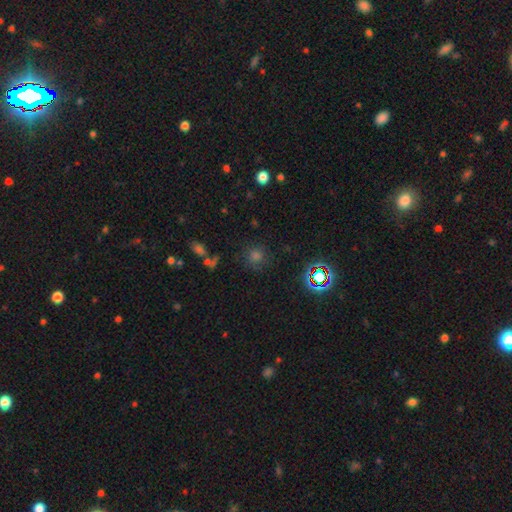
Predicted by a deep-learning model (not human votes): smooth_or_featured: smooth (p=0.53) [alt: star or artifact p=0.37]
how_rounded: round (p=0.90) [alt: in between p=0.08]
merging: none (p=0.81) [alt: minor disturbance p=0.10]